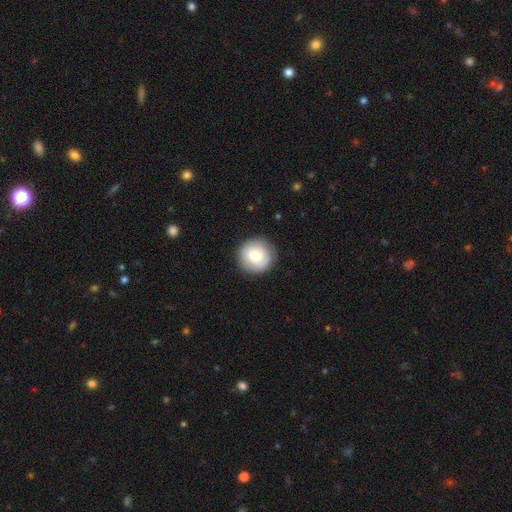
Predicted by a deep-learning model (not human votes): This appears to be a smooth galaxy with no disk features (75%) that is round (92%). Merging: none (87%).